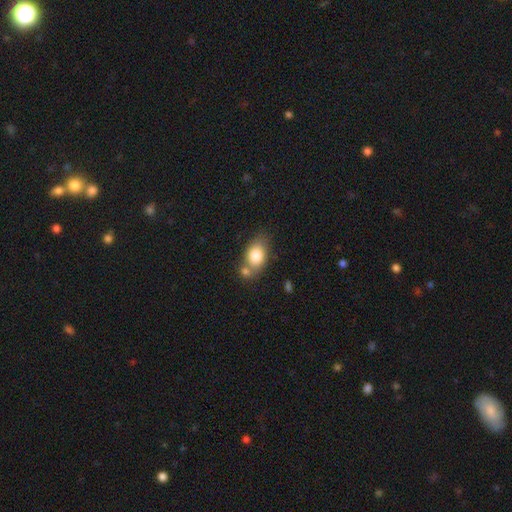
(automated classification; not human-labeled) This appears to be a smooth galaxy with no disk features (79%) that is in between round and cigar-shaped (78%). Merging: none (48%).